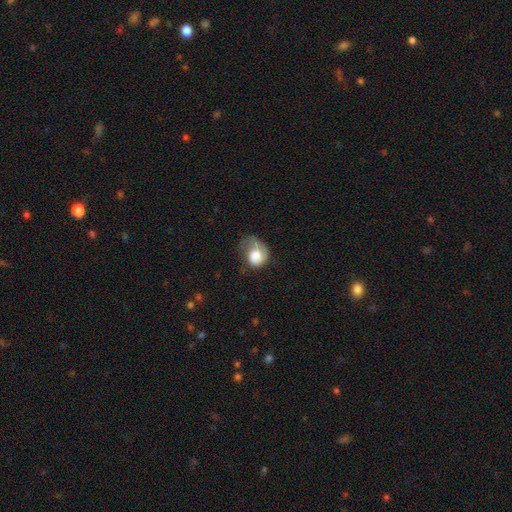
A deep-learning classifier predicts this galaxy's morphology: smooth-or-featured: smooth: 62% | featured or disk: 31% | star or artifact: 7%
  how-rounded: round: 52% | in between: 47% | cigar-shaped: 1%
  merging: major disturbance: 47% | minor disturbance: 28% | none: 22% | merger: 3%